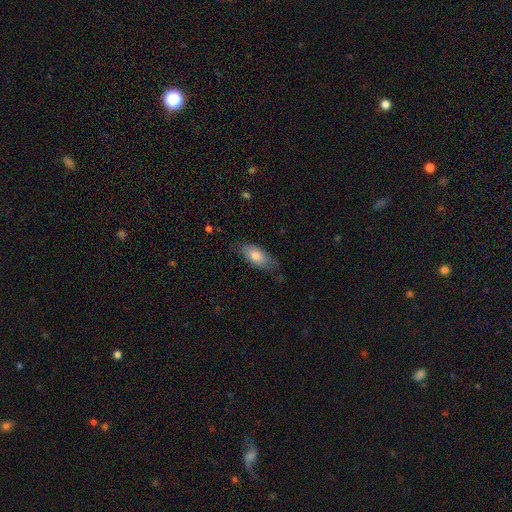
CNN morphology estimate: smooth-or-featured: smooth: 76% | featured or disk: 18% | star or artifact: 6%
  how-rounded: in between: 84% | cigar-shaped: 13% | round: 3%
  merging: none: 68% | minor disturbance: 24% | major disturbance: 6% | merger: 1%